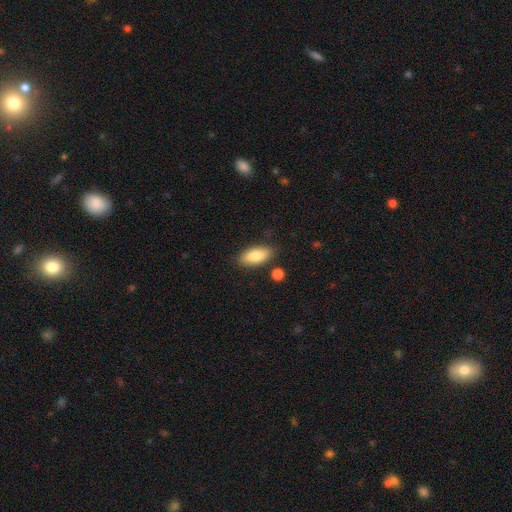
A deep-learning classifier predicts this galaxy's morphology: Q: Smooth or featured?
A: smooth (83%); runner-up: featured or disk (11%)
Q: How rounded?
A: in between (87%); runner-up: cigar-shaped (10%)
Q: Merging?
A: none (83%); runner-up: minor disturbance (11%)